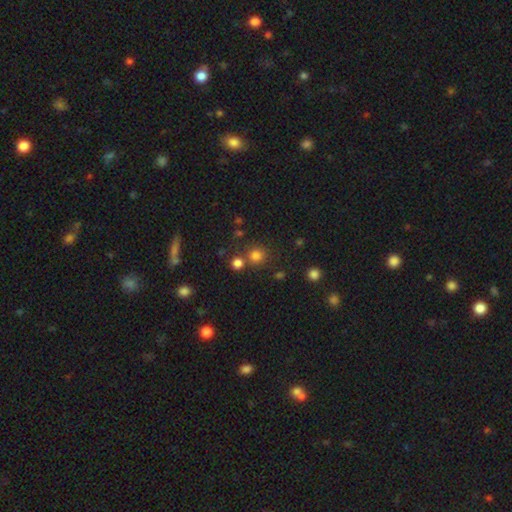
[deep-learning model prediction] The model was most divided on "merging": none: 74%, merger: 15%, minor disturbance: 8%, major disturbance: 3%. More confident: how rounded — round (90%); smooth or featured — smooth (77%).